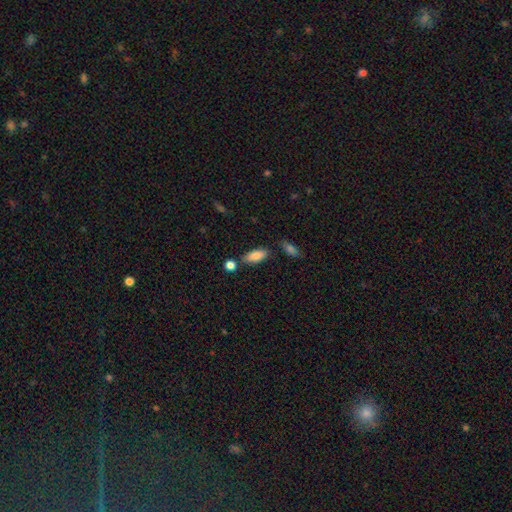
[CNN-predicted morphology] Smooth or featured?
  - smooth: 84% *
  - featured or disk: 9%
  - star or artifact: 7%
How rounded?
  - in between: 82% *
  - cigar-shaped: 15%
  - round: 3%
Merging?
  - none: 74% *
  - minor disturbance: 14%
  - merger: 9%
  - major disturbance: 3%